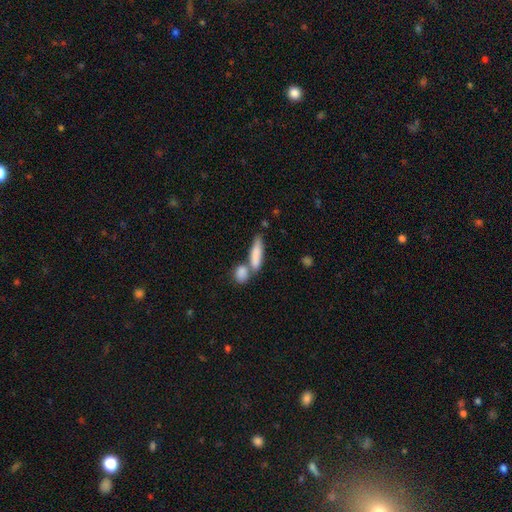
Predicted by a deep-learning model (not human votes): Morphology: type=smooth (81%); roundness=cigar-shaped (58%); merging=merger (44%).